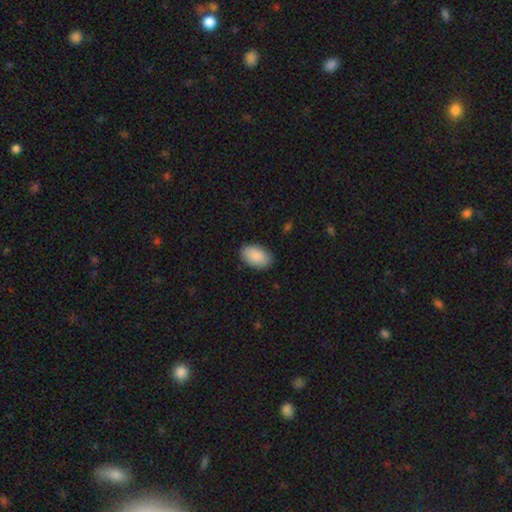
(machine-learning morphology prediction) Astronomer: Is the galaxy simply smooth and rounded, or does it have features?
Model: smooth — 90%.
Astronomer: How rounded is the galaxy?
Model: in between — 94%.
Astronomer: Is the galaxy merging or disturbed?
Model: none — 86%.